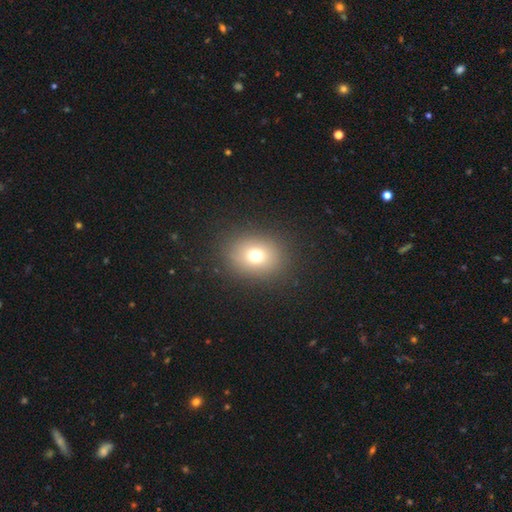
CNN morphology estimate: A smooth galaxy with no disk features (71%) that is round (59%).

Vote fractions:
- Smooth or featured? smooth: 71% / star or artifact: 17% / featured or disk: 12%
- How rounded? round: 59% / in between: 40% / cigar-shaped: 1%
- Merging? none: 88% / minor disturbance: 7% / major disturbance: 4% / merger: 1%